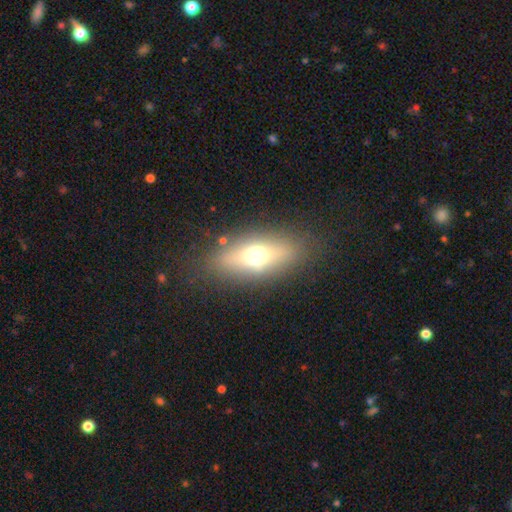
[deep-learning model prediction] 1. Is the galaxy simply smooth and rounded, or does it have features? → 60% smooth, 28% featured or disk, 12% star or artifact.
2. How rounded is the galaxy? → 73% in between, 18% cigar-shaped, 9% round.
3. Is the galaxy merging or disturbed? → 82% none, 11% minor disturbance, 5% major disturbance, 2% merger.